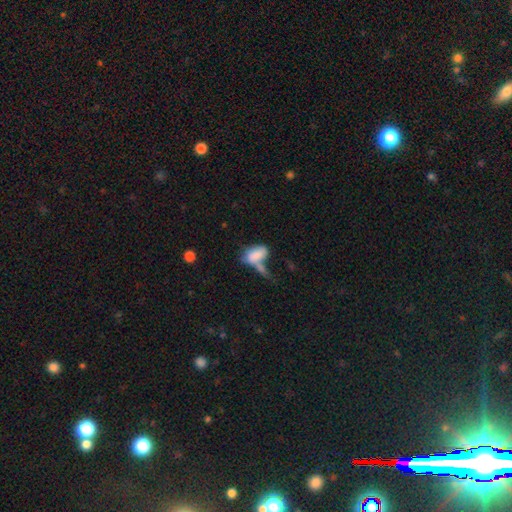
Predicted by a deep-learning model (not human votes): smooth 74%, featured or disk 17%, star or artifact 8%. Down the decision tree: how rounded — in between (92%); merging — merger (38%).